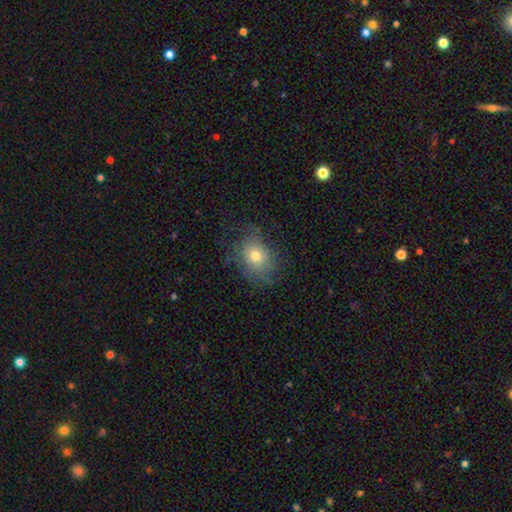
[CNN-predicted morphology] This appears to be a smooth galaxy with no disk features (60%) that is in between round and cigar-shaped (53%). Merging: none (65%).